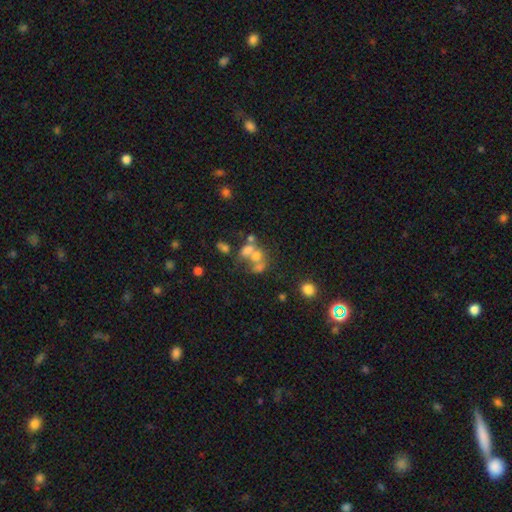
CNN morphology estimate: Smooth or featured? smooth (51%)
How rounded? round (50%)
Merging? merger (57%)